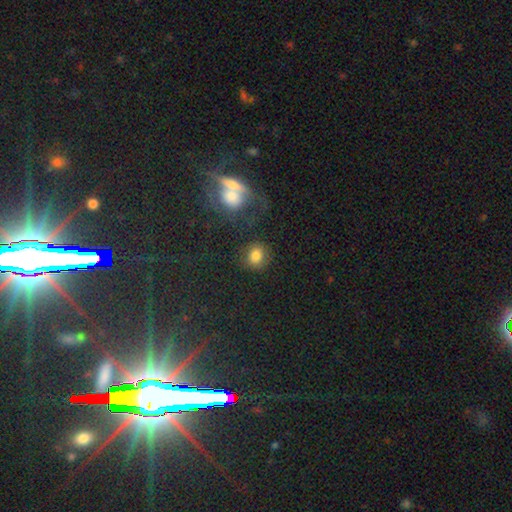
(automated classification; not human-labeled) Q: Smooth or featured?
A: smooth (80%); runner-up: star or artifact (12%)
Q: How rounded?
A: round (63%); runner-up: in between (36%)
Q: Merging?
A: none (74%); runner-up: minor disturbance (13%)